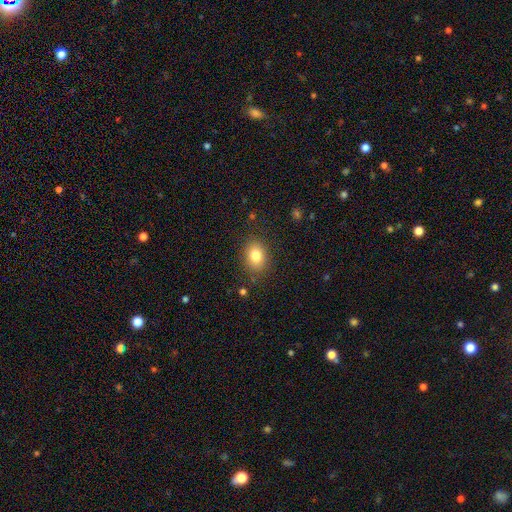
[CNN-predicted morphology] Smooth or featured? Predicted: smooth (p=0.81). How rounded? Predicted: in between (p=0.61). Merging? Predicted: none (p=0.85).